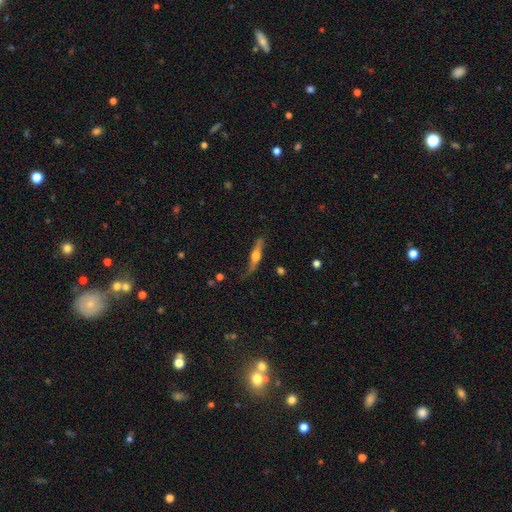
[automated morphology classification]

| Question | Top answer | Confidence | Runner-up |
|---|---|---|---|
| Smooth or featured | featured or disk | 61% | smooth (33%) |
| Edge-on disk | yes | 88% | no (12%) |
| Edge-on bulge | rounded | 91% | boxy (5%) |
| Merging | none | 67% | minor disturbance (24%) |